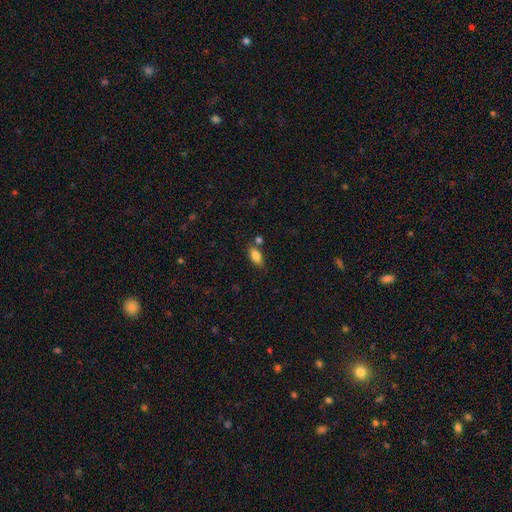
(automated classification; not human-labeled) A smooth galaxy with no disk features (83%) that is in between round and cigar-shaped (87%).

Vote fractions:
- Smooth or featured? smooth: 83% / featured or disk: 9% / star or artifact: 8%
- How rounded? in between: 87% / cigar-shaped: 9% / round: 4%
- Merging? none: 71% / minor disturbance: 14% / merger: 12% / major disturbance: 3%